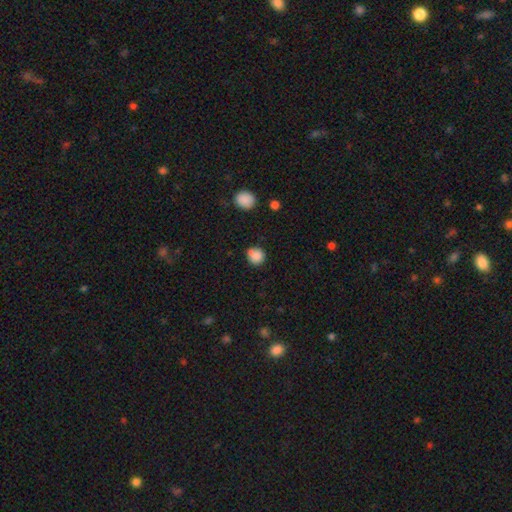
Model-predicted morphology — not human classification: This appears to be a smooth galaxy with no disk features (85%) that is round (88%). Merging: none (69%).